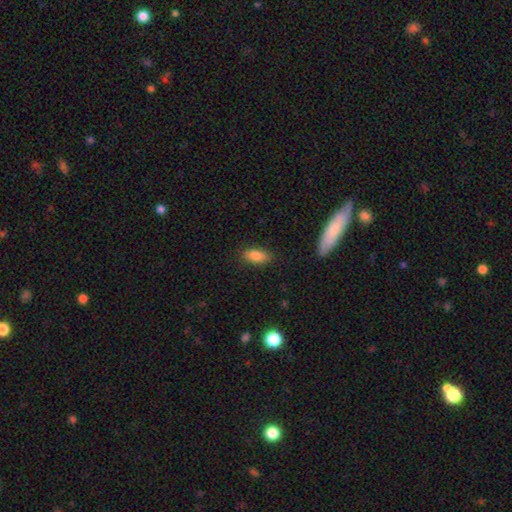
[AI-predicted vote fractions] smooth 84%, star or artifact 8%, featured or disk 8%. Down the decision tree: how rounded — in between (85%); merging — none (85%).